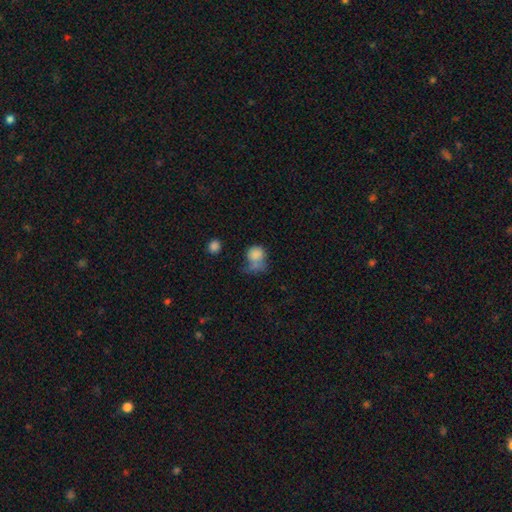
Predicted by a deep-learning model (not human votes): smooth_or_featured: smooth (p=0.78) [alt: featured or disk p=0.12]
how_rounded: round (p=0.62) [alt: in between p=0.37]
merging: major disturbance (p=0.33) [alt: none p=0.27]